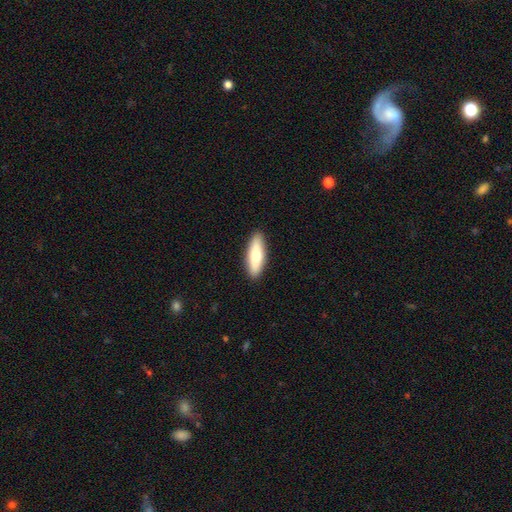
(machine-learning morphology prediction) A smooth galaxy with no disk features (68%) that is cigar-shaped (50%). Merging: none (91%).